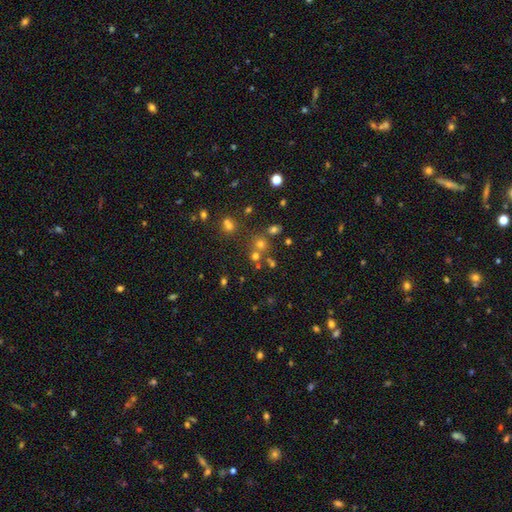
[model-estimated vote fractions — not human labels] This is possibly a smooth galaxy (57%). How rounded: clearly round (88%). Merging: likely none (66%).